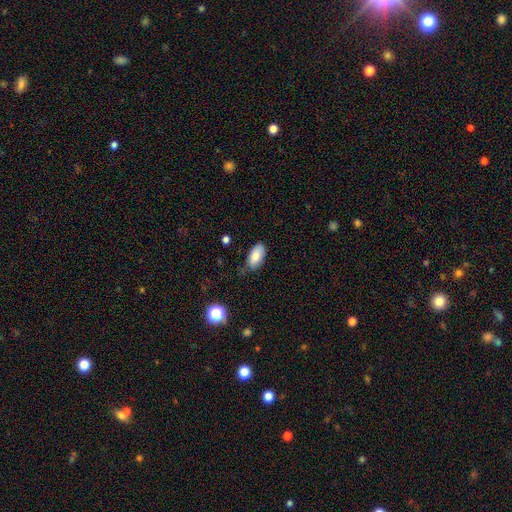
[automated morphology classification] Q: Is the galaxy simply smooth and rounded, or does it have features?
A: smooth — 82%.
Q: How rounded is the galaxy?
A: in between — 93%.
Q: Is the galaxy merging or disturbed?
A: none — 70%.